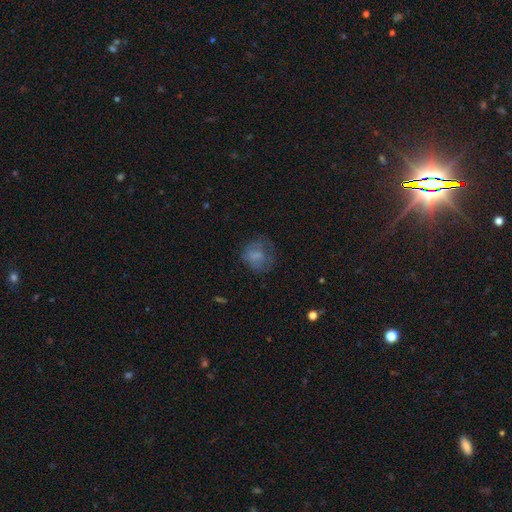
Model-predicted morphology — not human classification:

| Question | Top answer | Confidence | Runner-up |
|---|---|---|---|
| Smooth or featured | smooth | 65% | featured or disk (23%) |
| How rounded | round | 70% | in between (29%) |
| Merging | none | 49% | major disturbance (25%) |